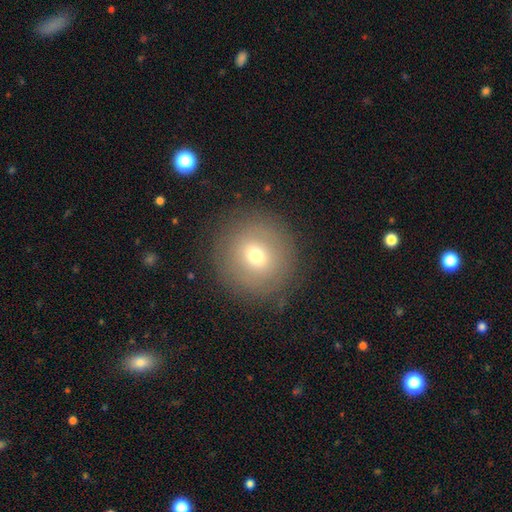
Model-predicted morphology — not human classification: type=smooth (64%); roundness=round (93%); merging=none (86%).